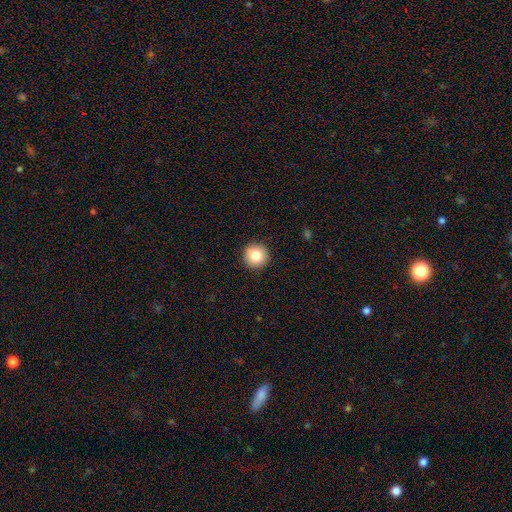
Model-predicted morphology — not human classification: This is clearly a smooth galaxy (83%). How rounded: clearly round (96%). Merging: clearly none (93%).